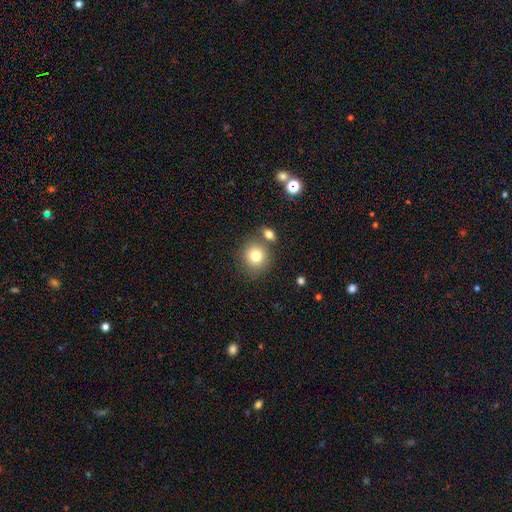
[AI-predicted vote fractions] smooth_or_featured: smooth (p=0.79) [alt: star or artifact p=0.11]
how_rounded: round (p=0.87) [alt: in between p=0.12]
merging: none (p=0.70) [alt: merger p=0.17]